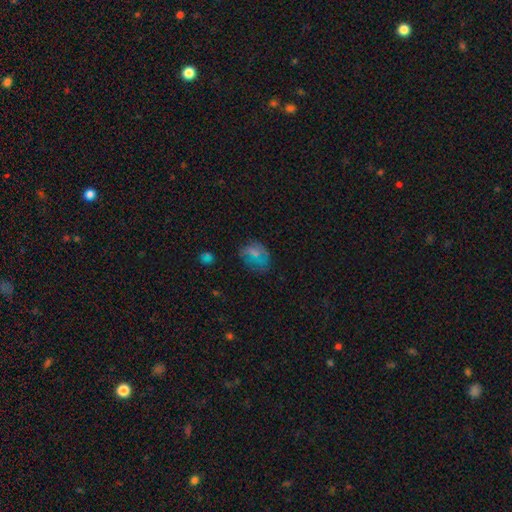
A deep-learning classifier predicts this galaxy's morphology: A smooth galaxy with no disk features (62%) that is in between round and cigar-shaped (60%).

Vote fractions:
- Smooth or featured? smooth: 62% / featured or disk: 21% / star or artifact: 17%
- How rounded? in between: 60% / round: 39% / cigar-shaped: 1%
- Merging? none: 56% / minor disturbance: 27% / major disturbance: 14% / merger: 3%